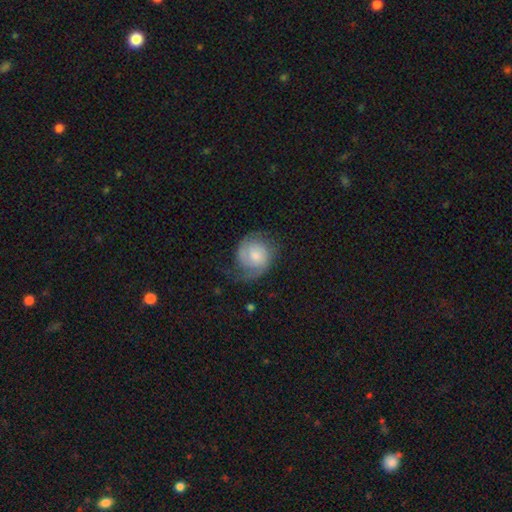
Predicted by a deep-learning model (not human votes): This is likely a featured or disk galaxy (66%). It is clearly not viewed edge-on (98%). Bar: likely no (67%). Spiral arm pattern: clearly yes (92%). Spiral arm count: likely 2 (73%). Spiral winding: marginally tight (42%). Central bulge: marginally moderate (42%). Merging: likely none (61%).